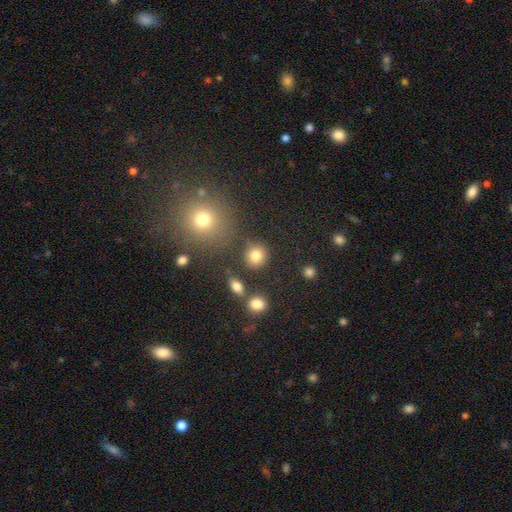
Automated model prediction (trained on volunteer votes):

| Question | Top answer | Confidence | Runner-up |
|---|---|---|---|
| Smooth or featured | smooth | 80% | star or artifact (12%) |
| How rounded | round | 86% | in between (13%) |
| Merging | none | 80% | minor disturbance (9%) |